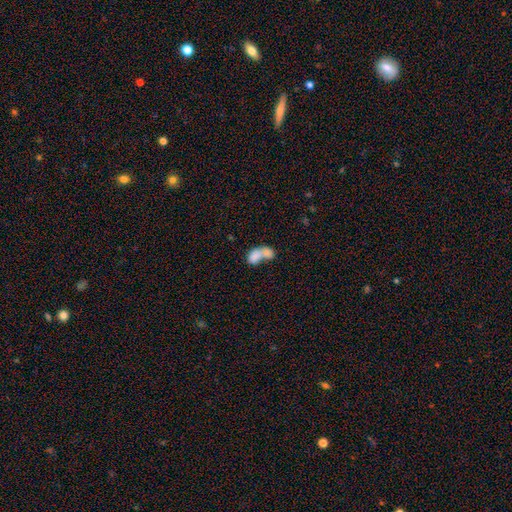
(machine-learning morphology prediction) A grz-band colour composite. It shows a smooth galaxy with no disk features (74%) that is in between round and cigar-shaped (83%). Merging: merger (75%).